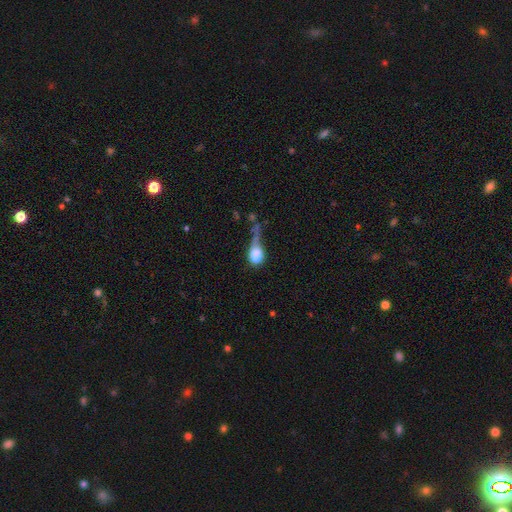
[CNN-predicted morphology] smooth_or_featured: smooth (p=0.72) [alt: featured or disk p=0.18]
how_rounded: in between (p=0.61) [alt: round p=0.33]
merging: major disturbance (p=0.43) [alt: minor disturbance p=0.23]